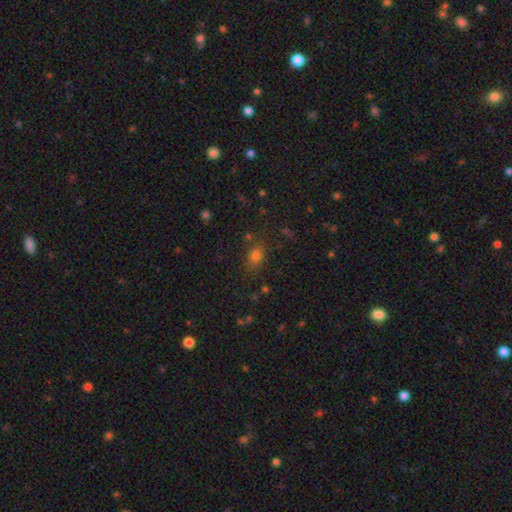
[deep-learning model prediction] Q: Smooth or featured?
A: smooth (72%); runner-up: star or artifact (20%)
Q: How rounded?
A: in between (54%); runner-up: round (44%)
Q: Merging?
A: none (77%); runner-up: minor disturbance (14%)